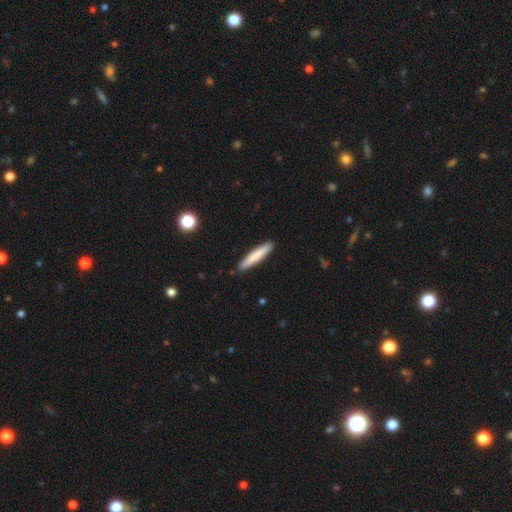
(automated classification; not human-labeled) smooth 78%, featured or disk 16%, star or artifact 5%. Down the decision tree: how rounded — cigar-shaped (92%); merging — none (91%).